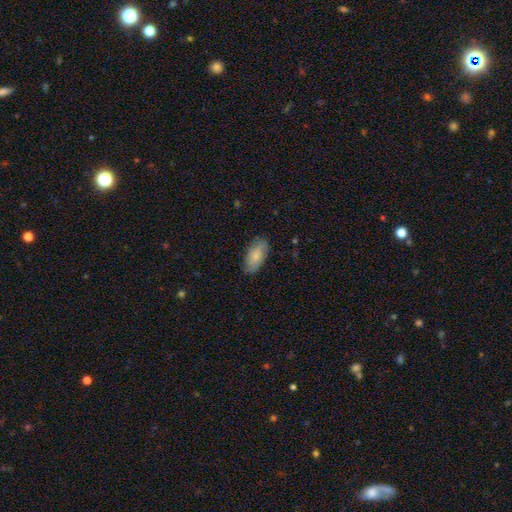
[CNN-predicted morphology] Smooth or featured? Predicted: smooth (p=0.80). How rounded? Predicted: in between (p=0.91). Merging? Predicted: none (p=0.80).